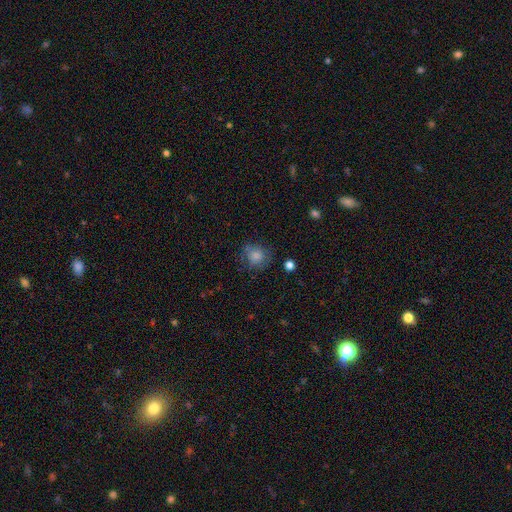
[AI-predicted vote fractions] smooth-or-featured: smooth: 77% | featured or disk: 13% | star or artifact: 10%
  how-rounded: round: 83% | in between: 16% | cigar-shaped: 1%
  merging: none: 68% | minor disturbance: 21% | major disturbance: 9% | merger: 2%